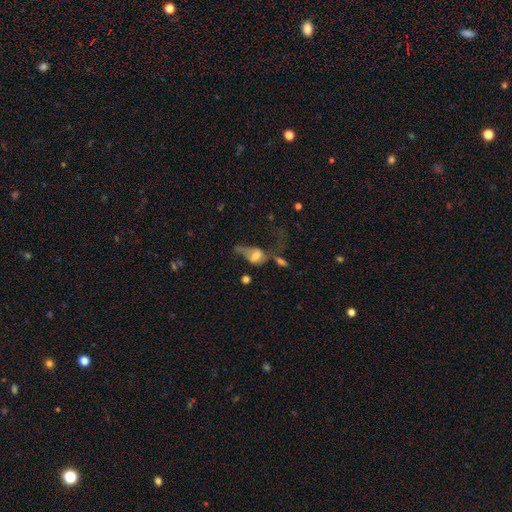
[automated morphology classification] Overall: smooth (51%; featured or disk 39%). How rounded: in between (71%). Merging: major disturbance (44%; merger 20%).